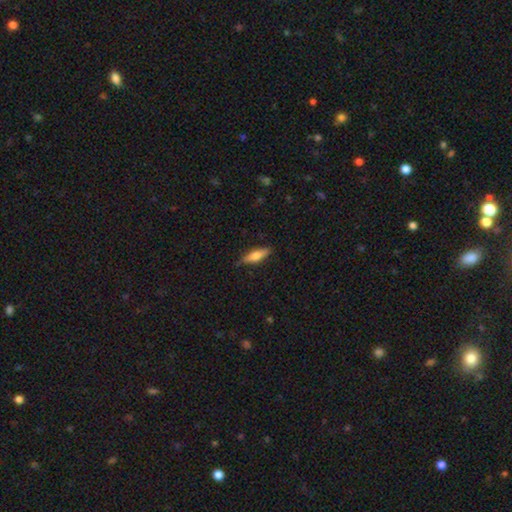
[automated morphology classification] smooth-or-featured: smooth: 58% | featured or disk: 36% | star or artifact: 6%
  how-rounded: cigar-shaped: 61% | in between: 37% | round: 2%
  merging: none: 84% | minor disturbance: 13% | major disturbance: 2% | merger: 1%